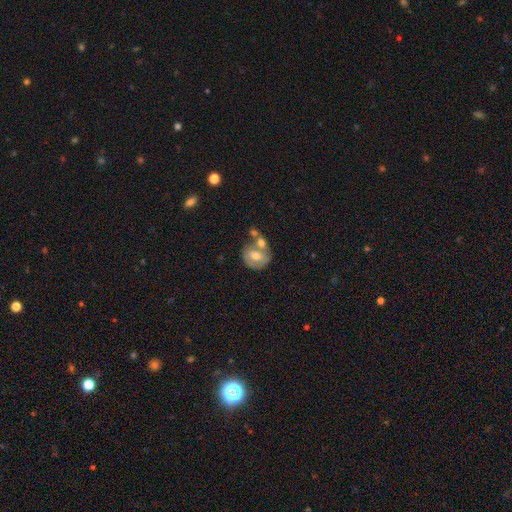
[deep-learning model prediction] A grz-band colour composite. It shows a smooth galaxy with no disk features (55%) that is round (73%). Merging: none (41%, tied with merger).